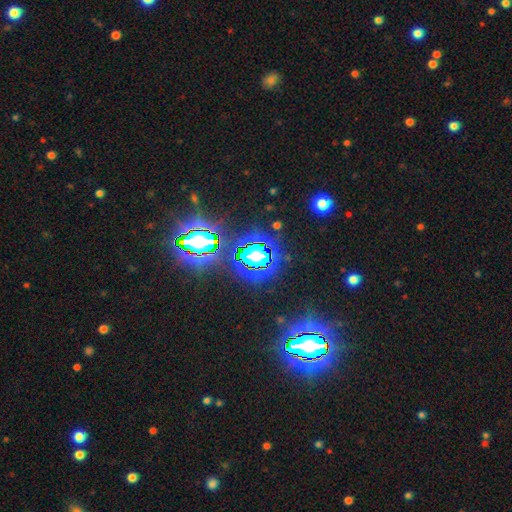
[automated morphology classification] This is likely a star or artifact rather than a galaxy (74%).